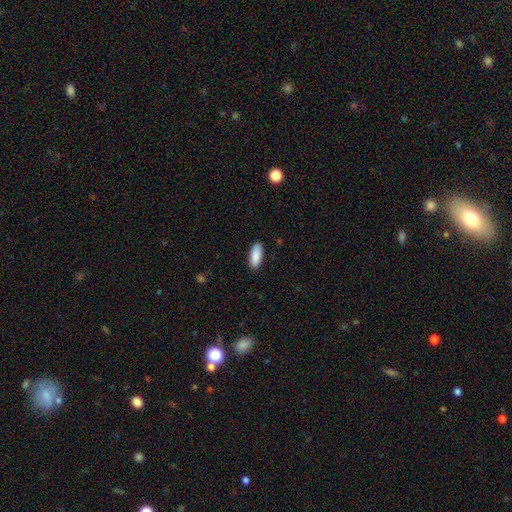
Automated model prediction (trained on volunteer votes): Smooth or featured? Predicted: smooth (p=0.90). How rounded? Predicted: in between (p=0.76). Merging? Predicted: none (p=0.89).